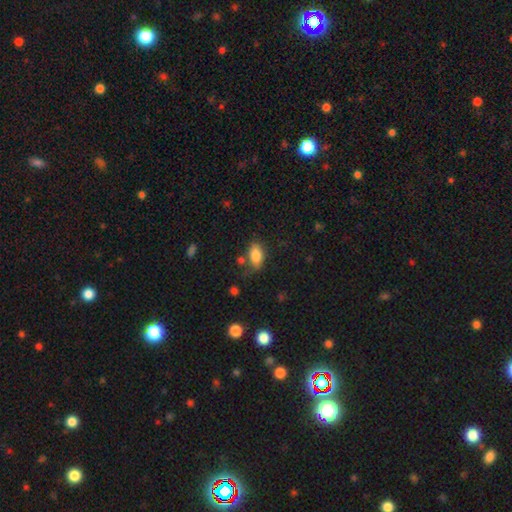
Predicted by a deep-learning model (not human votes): Smooth or featured?
  - smooth: 80% *
  - featured or disk: 12%
  - star or artifact: 8%
How rounded?
  - in between: 87% *
  - cigar-shaped: 7%
  - round: 6%
Merging?
  - none: 72% *
  - minor disturbance: 18%
  - merger: 6%
  - major disturbance: 5%